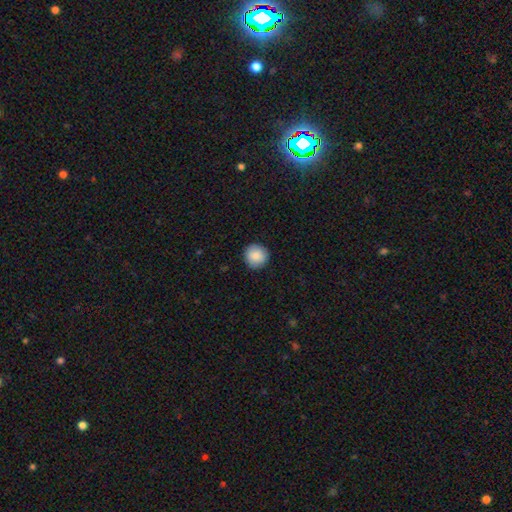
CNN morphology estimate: smooth-or-featured: smooth: 88% | star or artifact: 7% | featured or disk: 4%
  how-rounded: round: 95% | in between: 4% | cigar-shaped: 1%
  merging: none: 91% | minor disturbance: 6% | major disturbance: 2% | merger: 1%